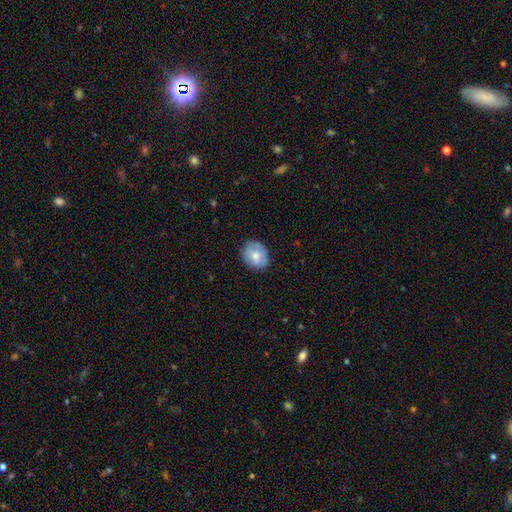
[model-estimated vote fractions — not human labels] Smooth or featured: smooth — 71% (featured or disk — 22%)
How rounded: round — 50% (in between — 49%)
Merging: none — 77% (minor disturbance — 18%)